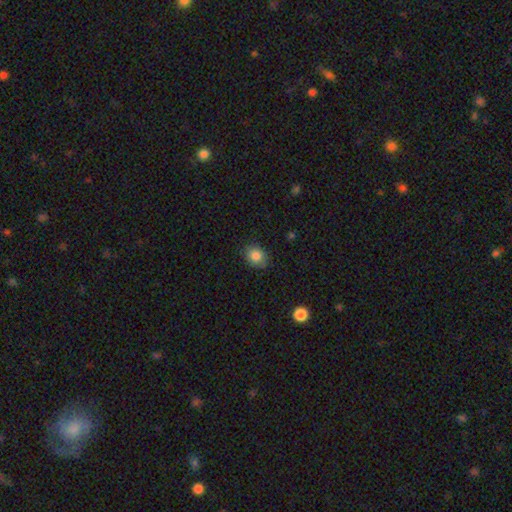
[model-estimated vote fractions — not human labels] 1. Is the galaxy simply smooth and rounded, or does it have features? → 85% smooth, 10% star or artifact, 6% featured or disk.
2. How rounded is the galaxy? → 60% round, 40% in between, 1% cigar-shaped.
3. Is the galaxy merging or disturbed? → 84% none, 12% minor disturbance, 3% major disturbance, 1% merger.